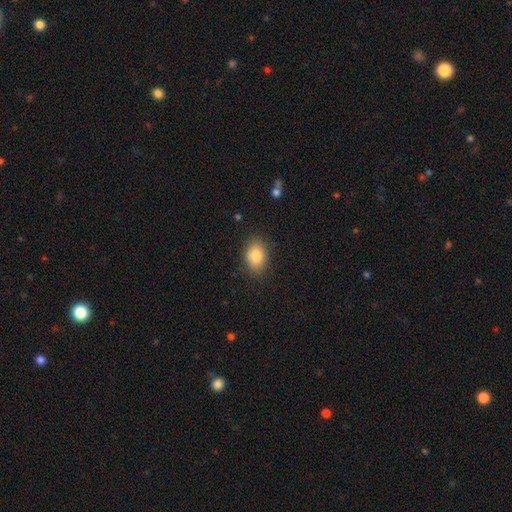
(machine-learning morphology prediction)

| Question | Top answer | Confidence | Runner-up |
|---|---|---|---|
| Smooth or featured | smooth | 84% | star or artifact (8%) |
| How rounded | in between | 77% | round (22%) |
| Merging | none | 84% | minor disturbance (12%) |